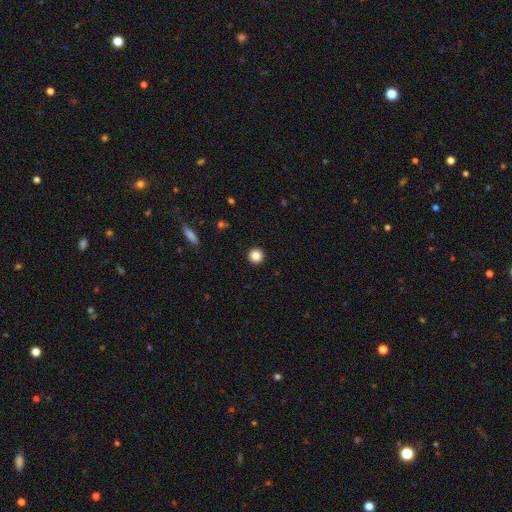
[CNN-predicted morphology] The model was most divided on "smooth or featured": smooth: 85%, star or artifact: 11%, featured or disk: 4%. More confident: how rounded — round (96%); merging — none (93%).